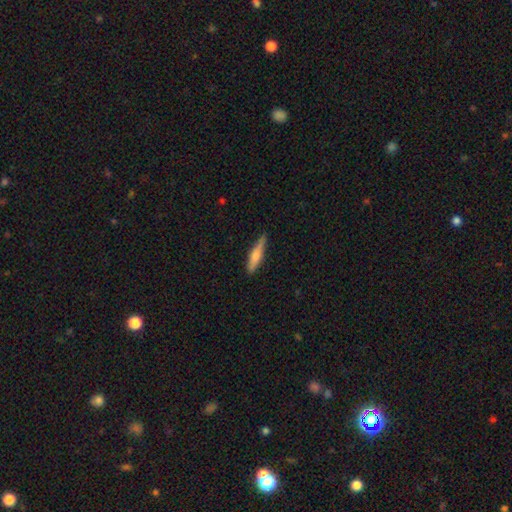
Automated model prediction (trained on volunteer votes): The model was most divided on "smooth or featured": smooth: 66%, featured or disk: 28%, star or artifact: 6%. More confident: how rounded — cigar-shaped (81%); merging — none (79%).